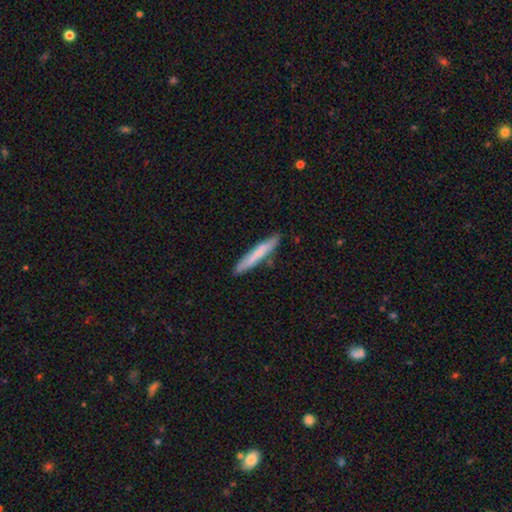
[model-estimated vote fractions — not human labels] Morphology: type=smooth (66%); roundness=cigar-shaped (94%); merging=none (85%).